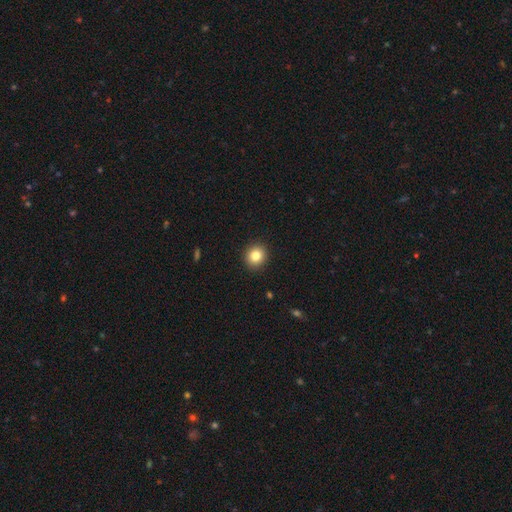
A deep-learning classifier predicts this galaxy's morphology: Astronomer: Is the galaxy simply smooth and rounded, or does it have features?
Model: smooth — 83%.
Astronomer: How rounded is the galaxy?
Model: round — 86%.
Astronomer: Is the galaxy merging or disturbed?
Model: none — 92%.